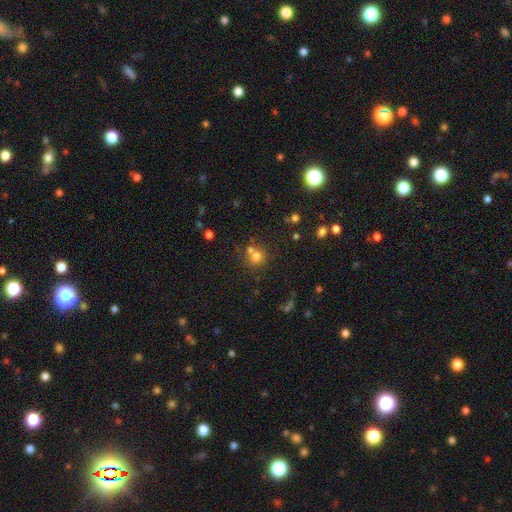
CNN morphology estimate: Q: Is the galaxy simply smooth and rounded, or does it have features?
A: smooth — 71%.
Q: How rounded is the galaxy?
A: round — 88%.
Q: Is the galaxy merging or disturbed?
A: none — 56%.